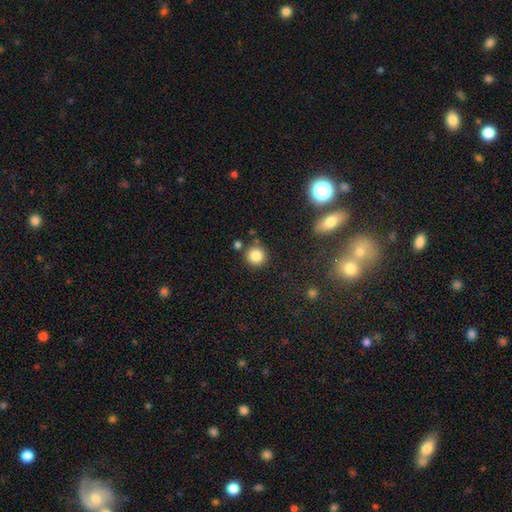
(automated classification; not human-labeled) Q: Smooth or featured?
A: smooth (85%); runner-up: star or artifact (11%)
Q: How rounded?
A: round (94%); runner-up: in between (5%)
Q: Merging?
A: none (84%); runner-up: minor disturbance (7%)